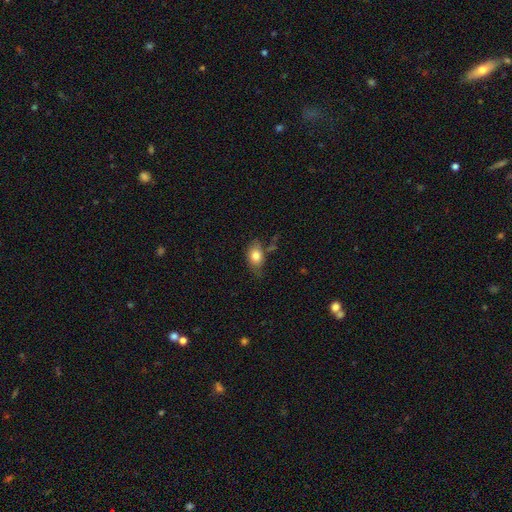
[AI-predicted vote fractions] This is likely a smooth galaxy (78%). How rounded: likely in between (79%). Merging: possibly none (55%).